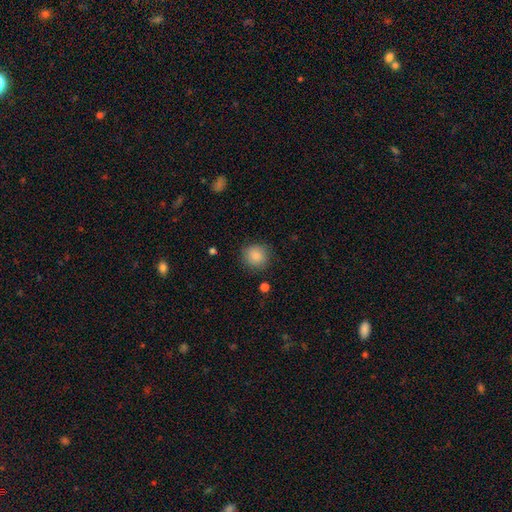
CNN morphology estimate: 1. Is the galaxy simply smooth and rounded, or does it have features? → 86% smooth, 9% star or artifact, 5% featured or disk.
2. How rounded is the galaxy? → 90% round, 9% in between, 1% cigar-shaped.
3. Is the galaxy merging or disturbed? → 85% none, 10% minor disturbance, 3% major disturbance, 1% merger.